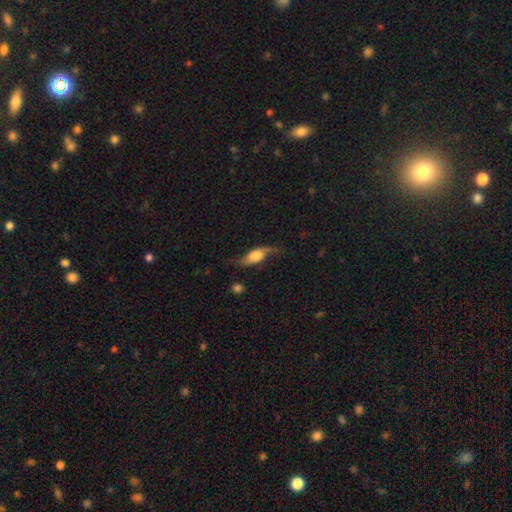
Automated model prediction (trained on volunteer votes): Smooth or featured: featured or disk — 65% (smooth — 28%)
Edge-on disk: no — 69% (yes — 31%)
Merging: none — 66% (minor disturbance — 21%)